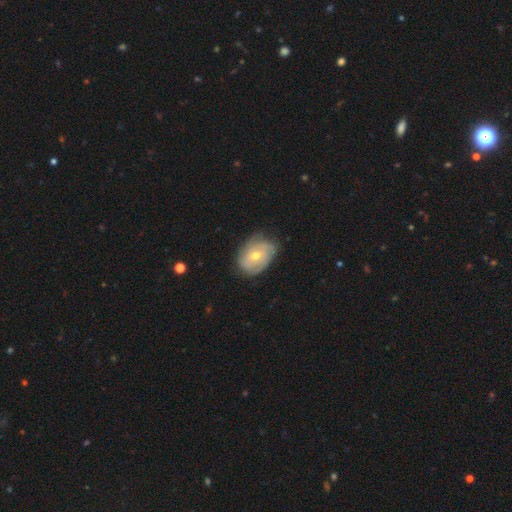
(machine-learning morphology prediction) Overall: featured or disk (69%). Edge-on disk: no (96%). Bar: no (68%). Spiral arms: yes (85%). Spiral arm count: can't tell (39%; 3 23%). Spiral winding: tight (60%; medium 29%). Bulge size: moderate (57%; small 40%). Merging: none (67%).